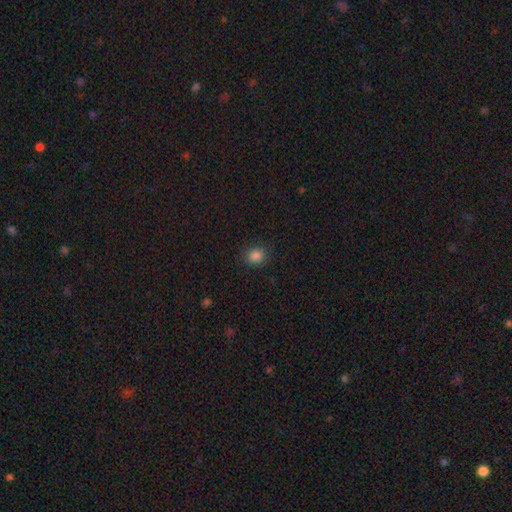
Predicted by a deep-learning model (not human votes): smooth_or_featured: smooth (p=0.84) [alt: star or artifact p=0.12]
how_rounded: round (p=0.67) [alt: in between p=0.32]
merging: none (p=0.88) [alt: minor disturbance p=0.09]